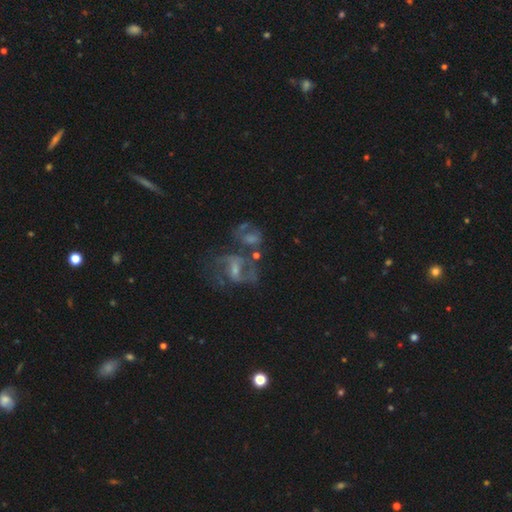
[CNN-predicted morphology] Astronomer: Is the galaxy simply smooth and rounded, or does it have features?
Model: featured or disk — 72%.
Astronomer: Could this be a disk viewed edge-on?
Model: no — 96%.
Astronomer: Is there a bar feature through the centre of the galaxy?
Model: weak — 50% (runner-up: no, 28%).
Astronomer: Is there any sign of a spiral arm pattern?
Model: yes — 82%.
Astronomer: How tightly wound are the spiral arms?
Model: medium — 47% (runner-up: loose, 37%).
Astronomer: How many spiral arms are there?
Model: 2 — 74%.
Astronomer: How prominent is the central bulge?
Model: small — 53% (runner-up: moderate, 31%).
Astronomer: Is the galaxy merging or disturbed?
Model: none — 36% (runner-up: merger, 34%).